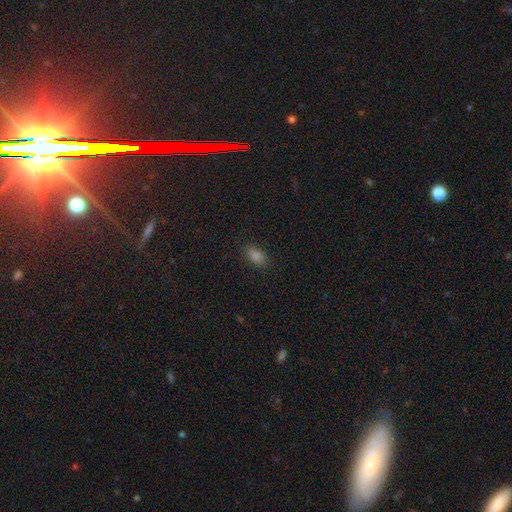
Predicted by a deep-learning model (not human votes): This is clearly a smooth galaxy (81%). How rounded: clearly in between (90%). Merging: clearly none (87%).